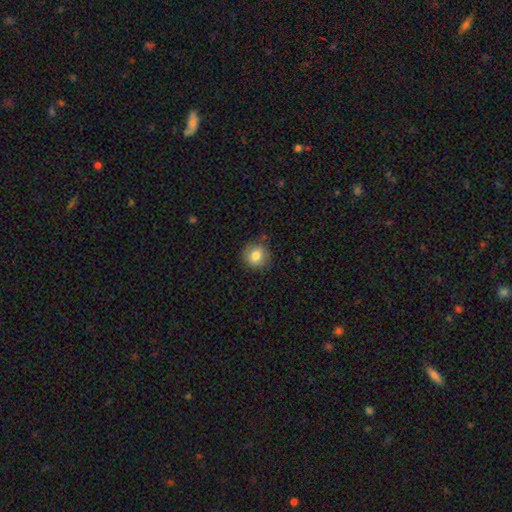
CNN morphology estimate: Smooth or featured? smooth (81%)
How rounded? round (89%)
Merging? none (84%)